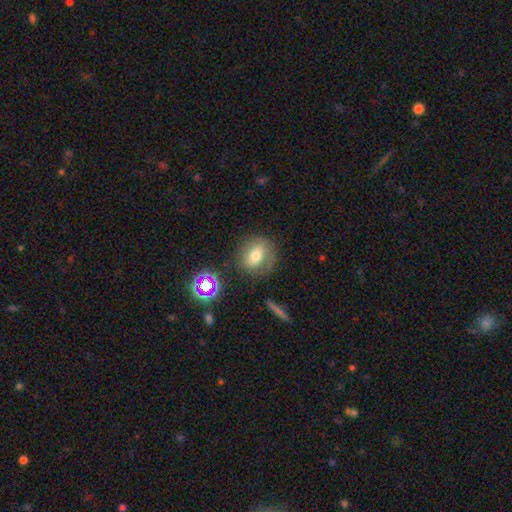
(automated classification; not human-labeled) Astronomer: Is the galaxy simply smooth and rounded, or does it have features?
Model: smooth — 56%.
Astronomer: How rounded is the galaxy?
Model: round — 66%.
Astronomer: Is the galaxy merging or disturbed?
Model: none — 74%.